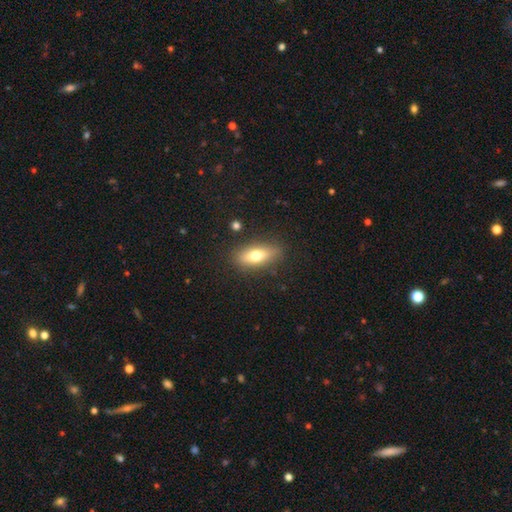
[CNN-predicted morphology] This appears to be a smooth galaxy with no disk features (66%) that is in between round and cigar-shaped (69%). Merging: none (84%).